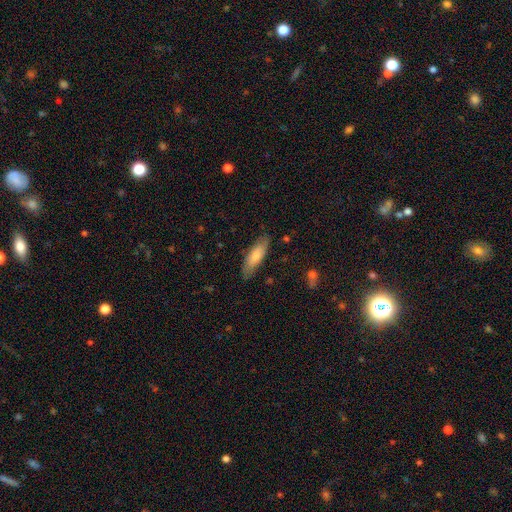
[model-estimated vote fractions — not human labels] Smooth or featured: smooth — 76% (featured or disk — 19%)
How rounded: in between — 50% (cigar-shaped — 49%)
Merging: none — 81% (minor disturbance — 15%)